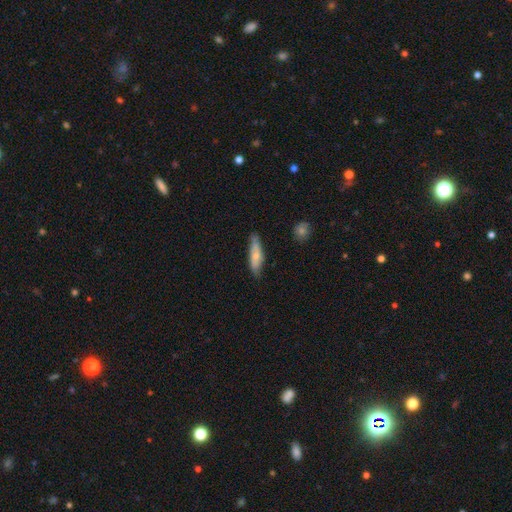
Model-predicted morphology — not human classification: smooth-or-featured: smooth: 65% | featured or disk: 30% | star or artifact: 6%
  how-rounded: cigar-shaped: 62% | in between: 36% | round: 2%
  merging: none: 71% | minor disturbance: 23% | major disturbance: 4% | merger: 2%